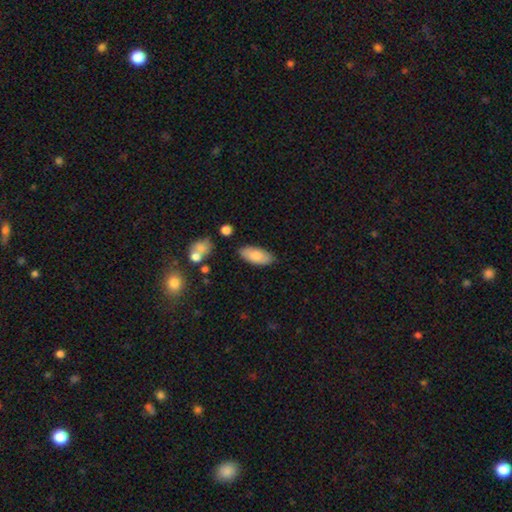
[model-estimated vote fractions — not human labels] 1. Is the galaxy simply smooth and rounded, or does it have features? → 82% smooth, 11% featured or disk, 6% star or artifact.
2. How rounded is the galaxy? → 87% in between, 11% cigar-shaped, 2% round.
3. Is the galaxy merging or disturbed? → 82% none, 13% minor disturbance, 3% major disturbance, 2% merger.